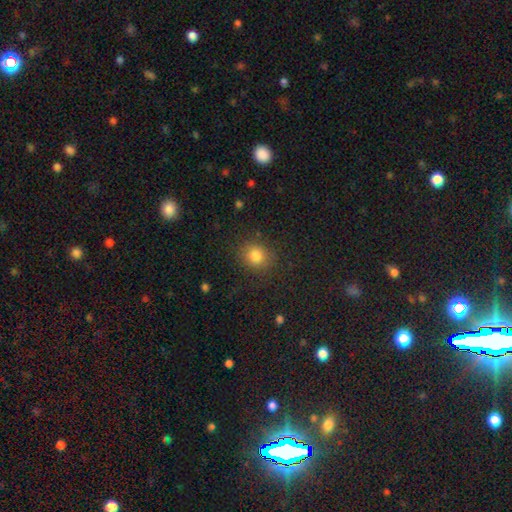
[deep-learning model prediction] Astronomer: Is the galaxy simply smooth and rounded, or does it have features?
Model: smooth — 82%.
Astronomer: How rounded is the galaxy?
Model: round — 77%.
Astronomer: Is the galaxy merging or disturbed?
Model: none — 84%.